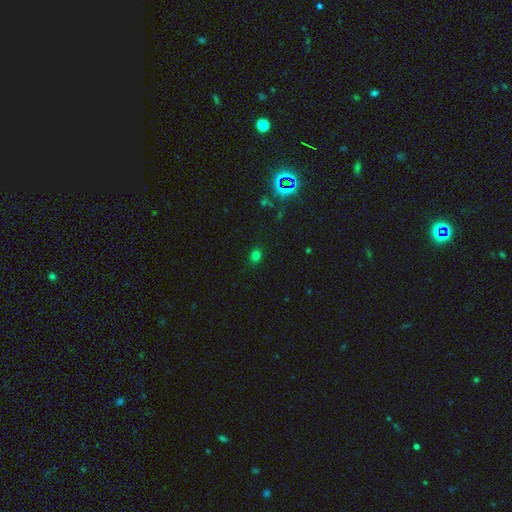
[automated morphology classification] Smooth or featured?
  - smooth: 71% *
  - star or artifact: 24%
  - featured or disk: 5%
How rounded?
  - round: 61% *
  - in between: 38%
  - cigar-shaped: 1%
Merging?
  - none: 85% *
  - minor disturbance: 10%
  - major disturbance: 3%
  - merger: 2%